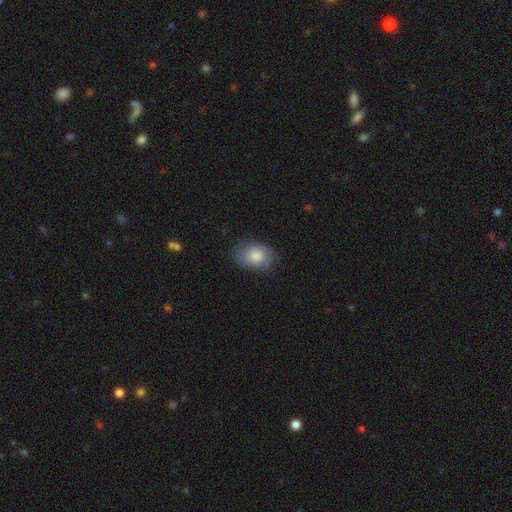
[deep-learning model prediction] This is likely a smooth galaxy (78%). How rounded: likely in between (73%). Merging: likely none (79%).